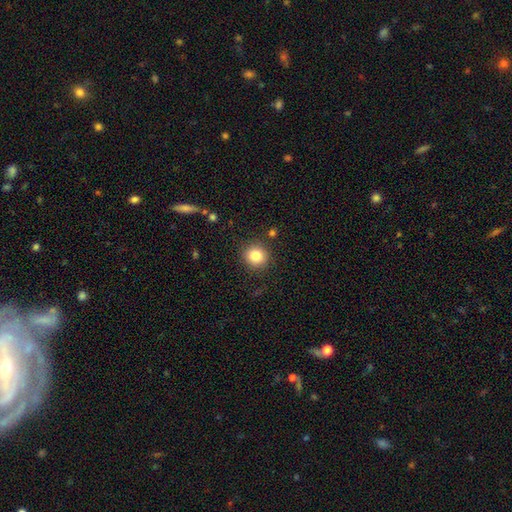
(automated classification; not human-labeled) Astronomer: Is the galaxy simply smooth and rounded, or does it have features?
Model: smooth — 82%.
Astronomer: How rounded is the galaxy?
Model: round — 91%.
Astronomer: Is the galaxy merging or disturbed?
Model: none — 88%.